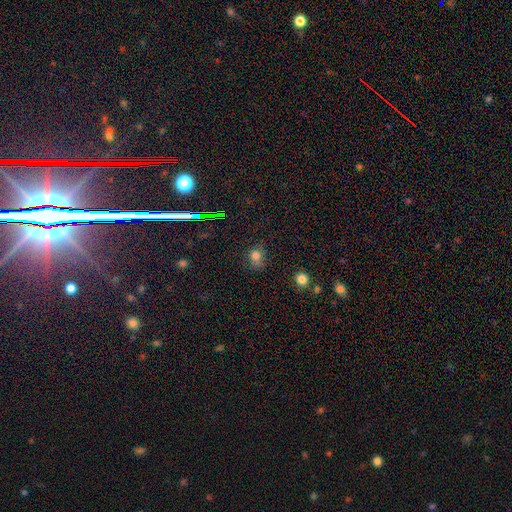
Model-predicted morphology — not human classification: smooth 73%, star or artifact 19%, featured or disk 9%. Down the decision tree: how rounded — round (56%); merging — none (66%).